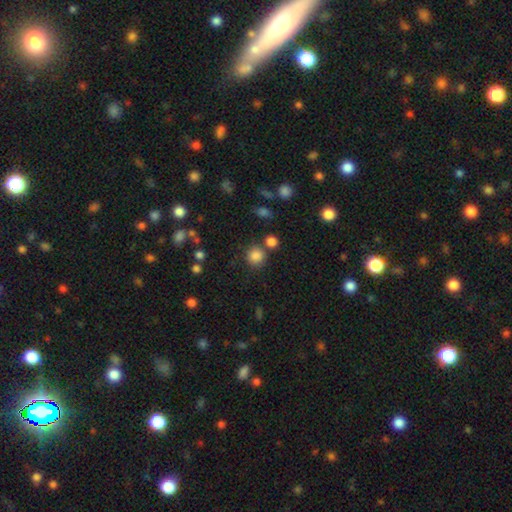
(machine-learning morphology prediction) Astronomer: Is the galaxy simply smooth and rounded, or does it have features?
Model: smooth — 84%.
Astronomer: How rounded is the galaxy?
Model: round — 91%.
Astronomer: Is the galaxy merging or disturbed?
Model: none — 77%.